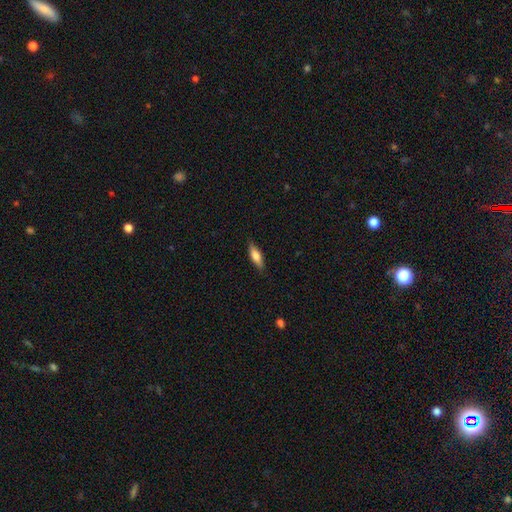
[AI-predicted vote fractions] Smooth or featured?
  - smooth: 72% *
  - featured or disk: 22%
  - star or artifact: 6%
How rounded?
  - in between: 52% *
  - cigar-shaped: 46%
  - round: 2%
Merging?
  - none: 84% *
  - minor disturbance: 12%
  - major disturbance: 2%
  - merger: 1%